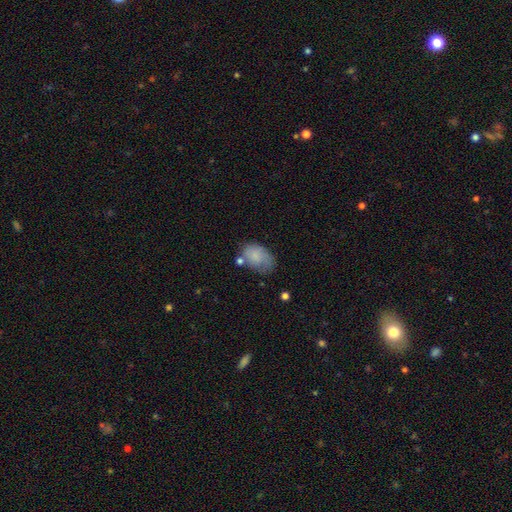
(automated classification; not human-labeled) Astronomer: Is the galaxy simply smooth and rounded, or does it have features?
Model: smooth — 74%.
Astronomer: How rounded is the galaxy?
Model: in between — 85%.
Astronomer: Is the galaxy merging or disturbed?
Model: none — 48% (runner-up: minor disturbance, 31%).